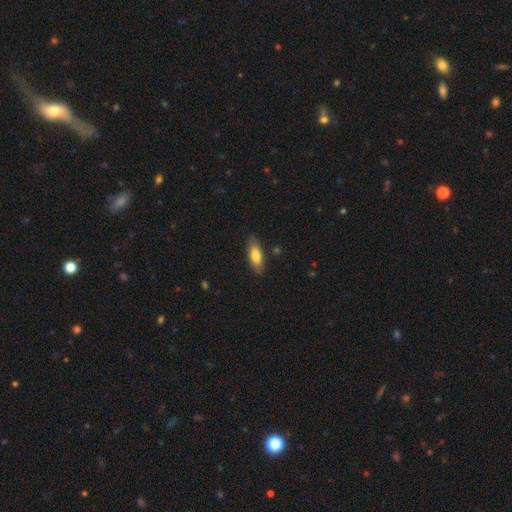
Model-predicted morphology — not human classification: smooth_or_featured: smooth (p=0.77) [alt: featured or disk p=0.17]
how_rounded: in between (p=0.71) [alt: cigar-shaped p=0.27]
merging: none (p=0.84) [alt: minor disturbance p=0.12]